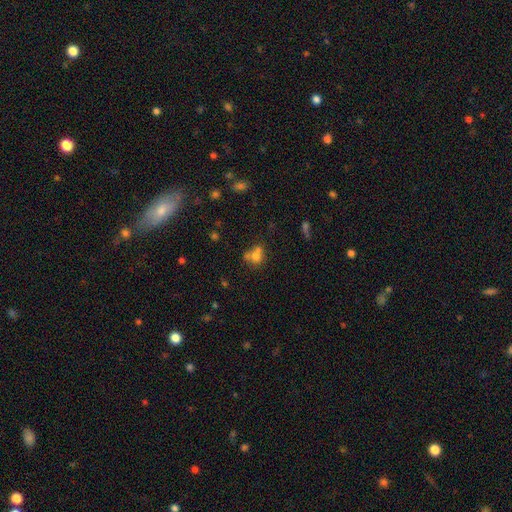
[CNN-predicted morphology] Smooth or featured: smooth — 69% (featured or disk — 16%)
How rounded: round — 63% (in between — 36%)
Merging: merger — 46% (none — 34%)